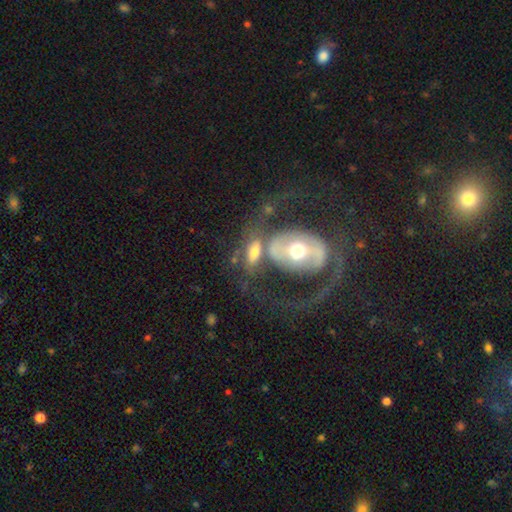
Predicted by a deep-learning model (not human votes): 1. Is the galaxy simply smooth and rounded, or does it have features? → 51% featured or disk, 41% smooth, 9% star or artifact.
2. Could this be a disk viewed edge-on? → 82% no, 18% yes.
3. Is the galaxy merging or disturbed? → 40% merger, 33% none, 14% minor disturbance, 13% major disturbance.